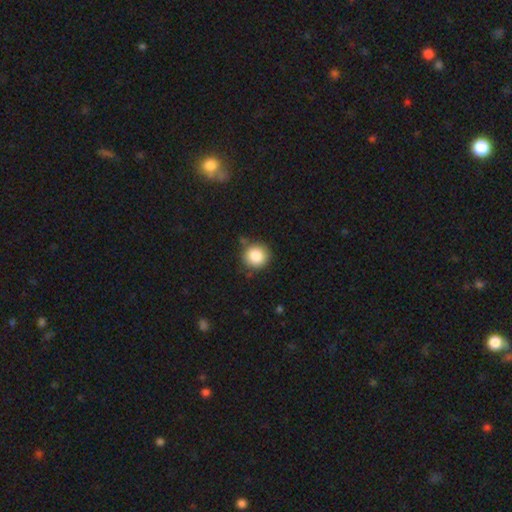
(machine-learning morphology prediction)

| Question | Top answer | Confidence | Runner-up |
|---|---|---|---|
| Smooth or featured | smooth | 86% | star or artifact (9%) |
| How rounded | round | 92% | in between (7%) |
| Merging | none | 82% | minor disturbance (12%) |